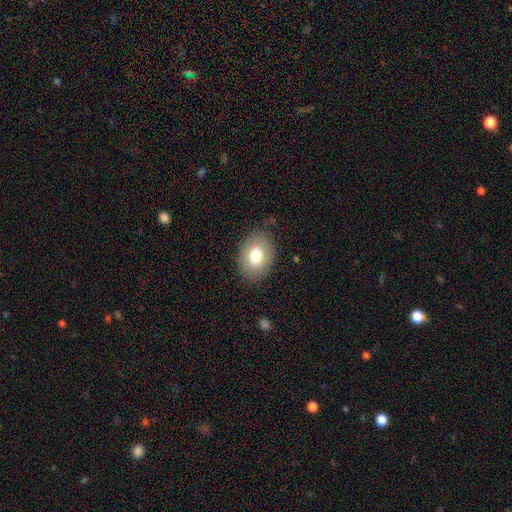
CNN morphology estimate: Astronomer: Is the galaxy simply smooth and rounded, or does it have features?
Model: smooth — 75%.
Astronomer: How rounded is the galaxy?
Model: in between — 73%.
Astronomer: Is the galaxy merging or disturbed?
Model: none — 82%.